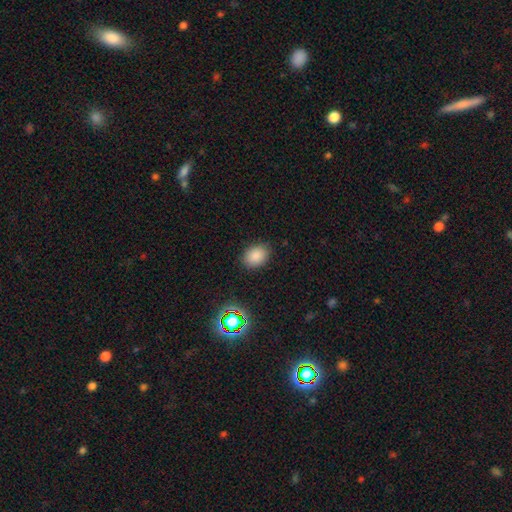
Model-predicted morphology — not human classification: Smooth or featured?
  - smooth: 84% *
  - star or artifact: 12%
  - featured or disk: 4%
How rounded?
  - in between: 71% *
  - round: 28%
  - cigar-shaped: 1%
Merging?
  - none: 85% *
  - minor disturbance: 11%
  - major disturbance: 3%
  - merger: 1%